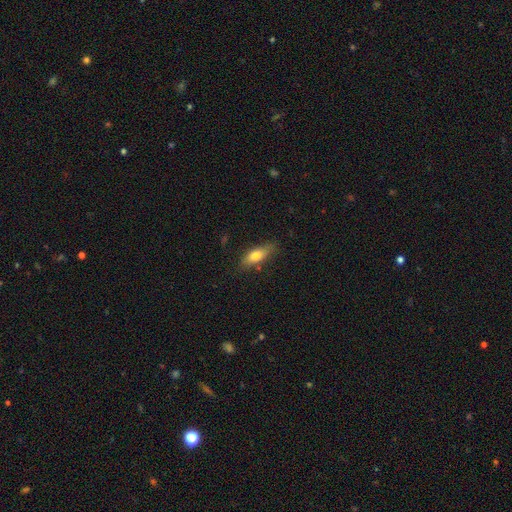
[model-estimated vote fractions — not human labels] A smooth galaxy with no disk features (74%) that is in between round and cigar-shaped (66%).

Vote fractions:
- Smooth or featured? smooth: 74% / featured or disk: 19% / star or artifact: 7%
- How rounded? in between: 66% / cigar-shaped: 30% / round: 3%
- Merging? none: 77% / minor disturbance: 18% / major disturbance: 4% / merger: 2%